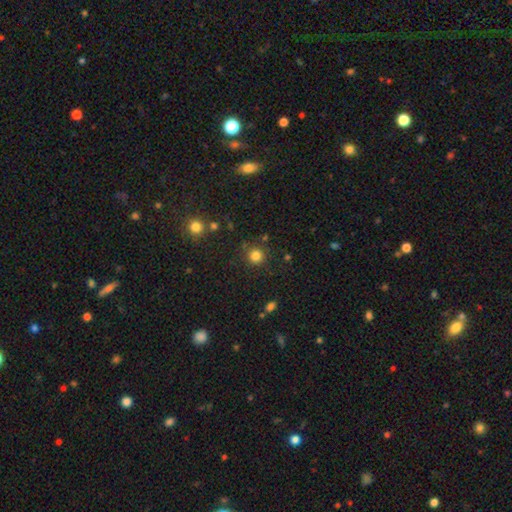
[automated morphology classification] A smooth galaxy with no disk features (82%) that is round (93%). Merging: none (85%).